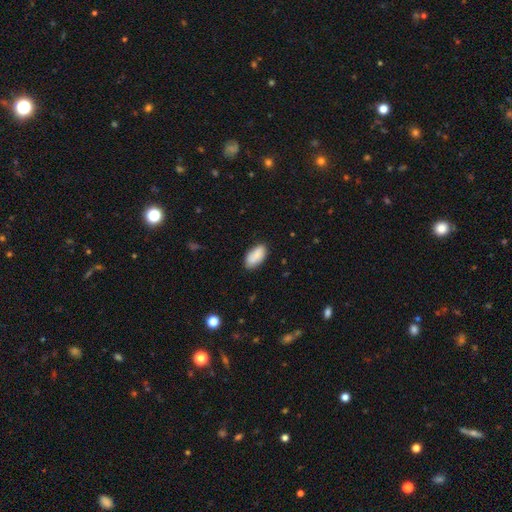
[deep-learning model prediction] smooth_or_featured: smooth (p=0.83) [alt: featured or disk p=0.10]
how_rounded: in between (p=0.93) [alt: cigar-shaped p=0.04]
merging: none (p=0.80) [alt: minor disturbance p=0.15]